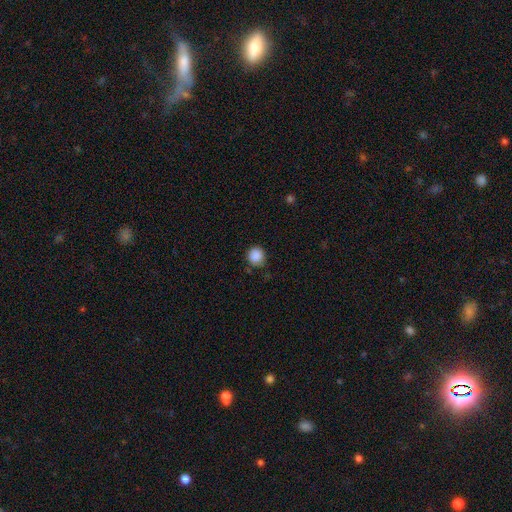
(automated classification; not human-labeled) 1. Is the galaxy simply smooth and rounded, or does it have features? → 88% smooth, 9% star or artifact, 3% featured or disk.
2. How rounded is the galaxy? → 89% round, 10% in between, 1% cigar-shaped.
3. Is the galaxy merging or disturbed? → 78% none, 16% minor disturbance, 4% major disturbance, 2% merger.